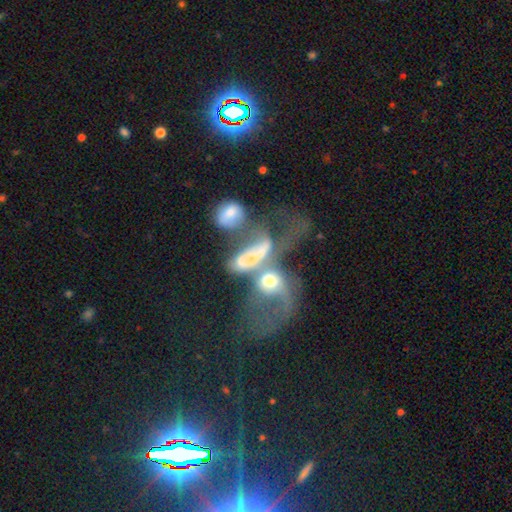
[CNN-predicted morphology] featured or disk 48%, star or artifact 33%, smooth 19%. Down the decision tree: merging — merger (53%).